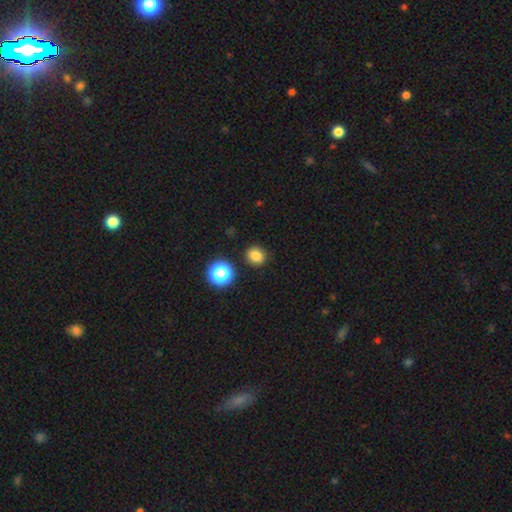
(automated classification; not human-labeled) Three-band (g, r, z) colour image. It shows a smooth galaxy with no disk features (81%) that is round (71%). Merging: none (87%).